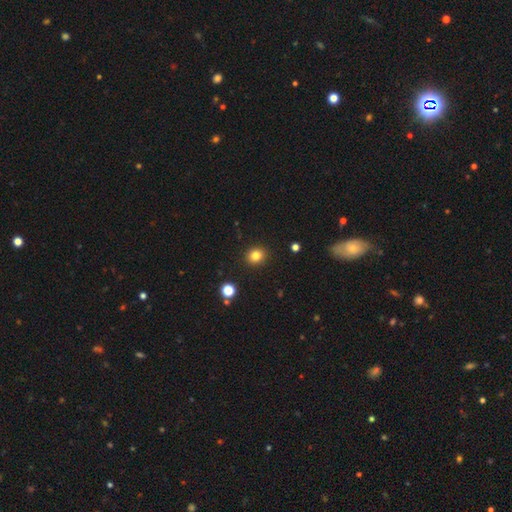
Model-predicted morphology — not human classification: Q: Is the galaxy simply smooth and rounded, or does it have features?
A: smooth — 82%.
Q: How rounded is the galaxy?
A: round — 79%.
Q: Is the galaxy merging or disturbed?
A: none — 91%.